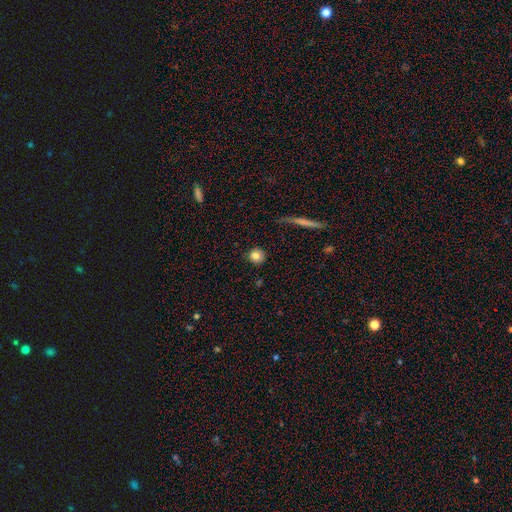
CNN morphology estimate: Smooth or featured: smooth — 82% (star or artifact — 10%)
How rounded: round — 91% (in between — 7%)
Merging: none — 87% (minor disturbance — 8%)